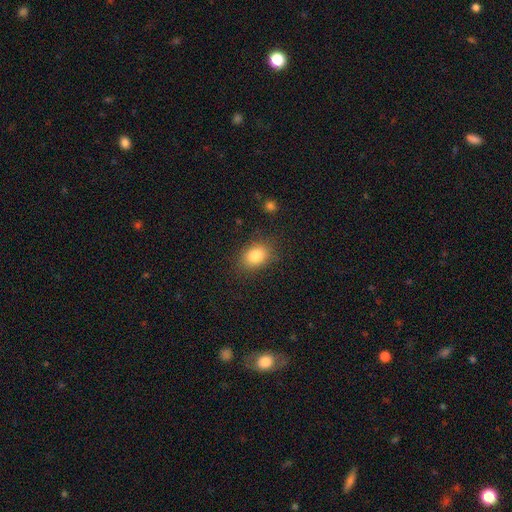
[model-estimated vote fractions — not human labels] Overall: smooth (83%). How rounded: in between (70%). Merging: none (82%).